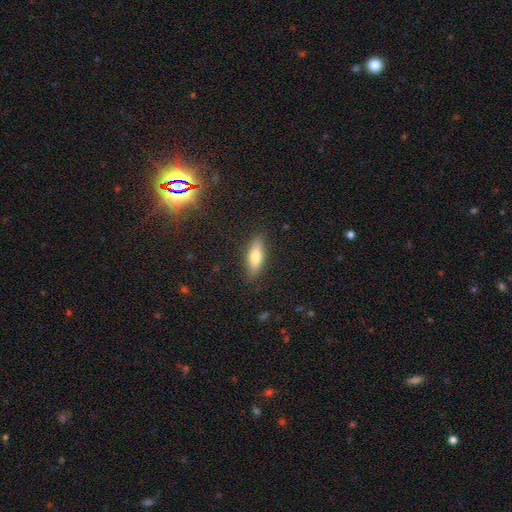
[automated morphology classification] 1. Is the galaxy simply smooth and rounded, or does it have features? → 69% smooth, 24% featured or disk, 7% star or artifact.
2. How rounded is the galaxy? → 54% in between, 43% cigar-shaped, 3% round.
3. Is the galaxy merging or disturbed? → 86% none, 10% minor disturbance, 2% major disturbance, 1% merger.